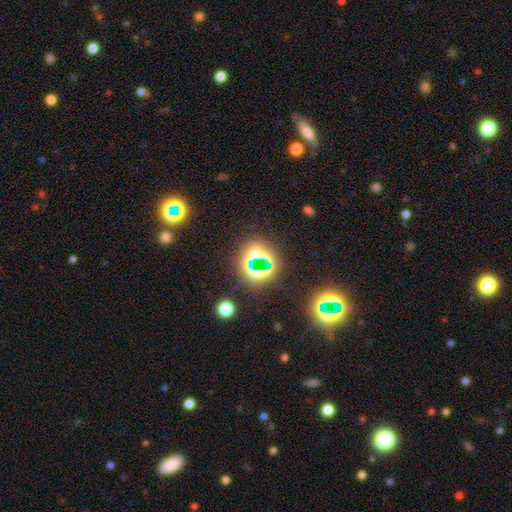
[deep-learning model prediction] smooth-or-featured: star or artifact: 75% | smooth: 16% | featured or disk: 9%